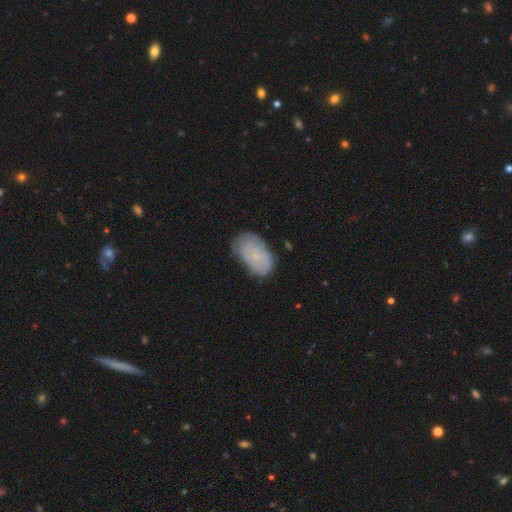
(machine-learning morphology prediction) Smooth or featured? Predicted: smooth (p=0.61). How rounded? Predicted: in between (p=0.91). Merging? Predicted: none (p=0.55).